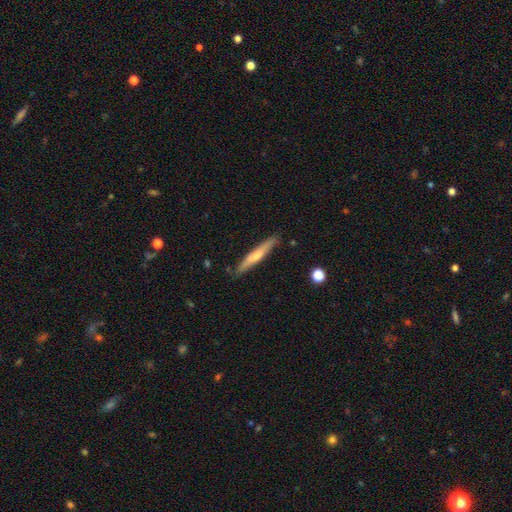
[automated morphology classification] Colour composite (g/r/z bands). It shows a smooth galaxy with no disk features (55%) that is cigar-shaped (94%). Merging: none (85%).